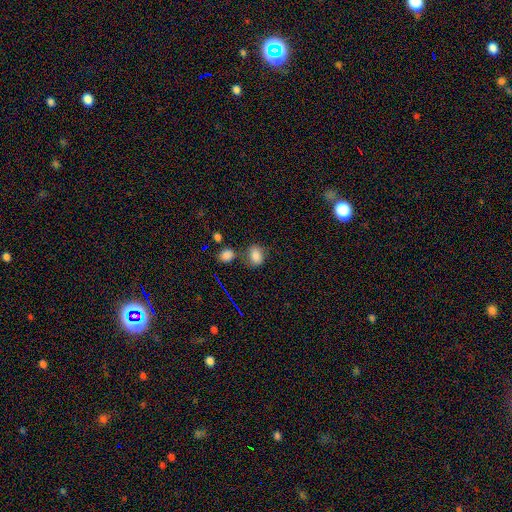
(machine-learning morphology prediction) Smooth or featured? smooth (81%)
How rounded? in between (58%)
Merging? none (62%)